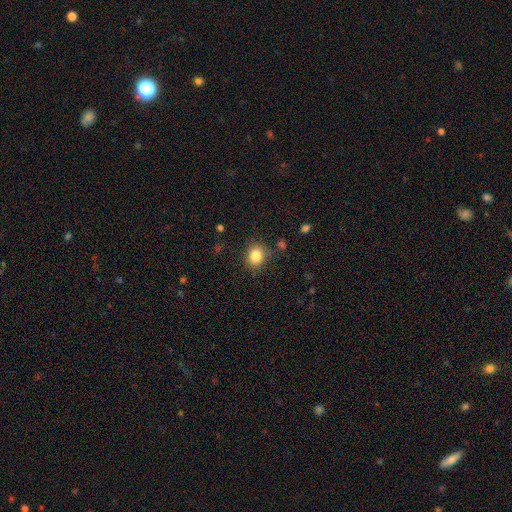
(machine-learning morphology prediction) Overall: smooth (84%). How rounded: round (68%; in between 32%). Merging: none (82%).